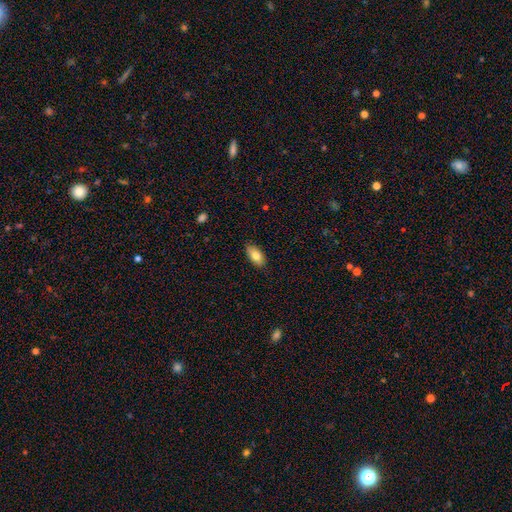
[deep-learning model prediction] Smooth or featured? smooth (80%)
How rounded? in between (93%)
Merging? none (87%)